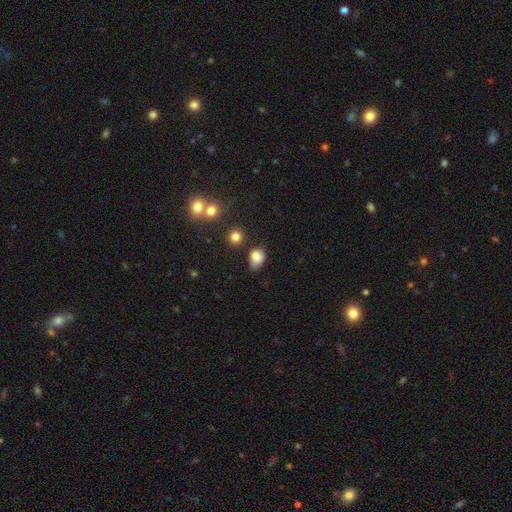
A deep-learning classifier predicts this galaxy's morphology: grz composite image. It shows a smooth galaxy with no disk features (82%) that is in between round and cigar-shaped (66%). Merging: none (43%).